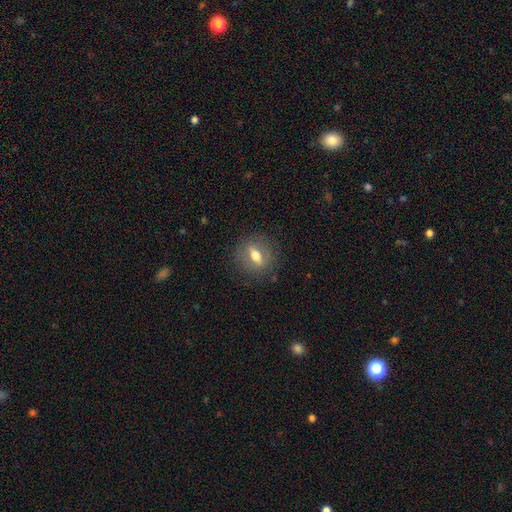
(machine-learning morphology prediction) This appears to be a featured or disk galaxy (48%). Merging: none (83%).